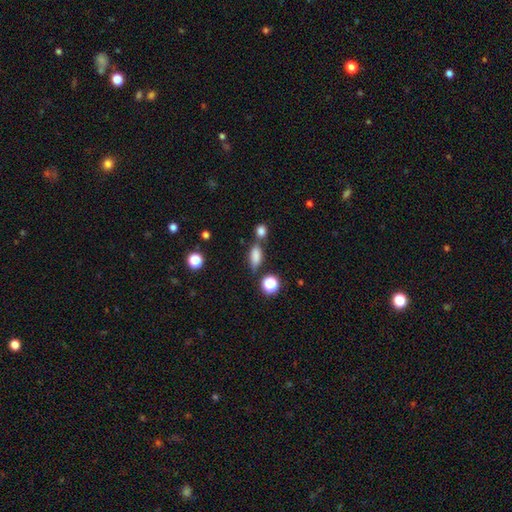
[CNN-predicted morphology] Smooth or featured? Predicted: smooth (p=0.78). How rounded? Predicted: in between (p=0.71). Merging? Predicted: none (p=0.57).